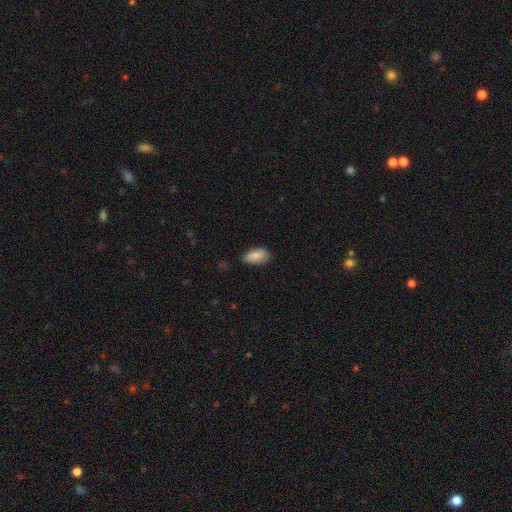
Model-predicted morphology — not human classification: smooth_or_featured: smooth (p=0.85) [alt: featured or disk p=0.08]
how_rounded: in between (p=0.93) [alt: round p=0.04]
merging: none (p=0.70) [alt: minor disturbance p=0.25]